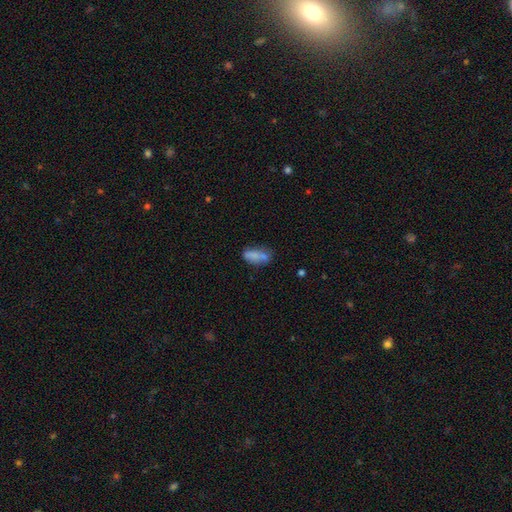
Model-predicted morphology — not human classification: Q: Smooth or featured?
A: smooth (75%); runner-up: featured or disk (16%)
Q: How rounded?
A: in between (81%); runner-up: cigar-shaped (15%)
Q: Merging?
A: none (45%); runner-up: minor disturbance (23%)